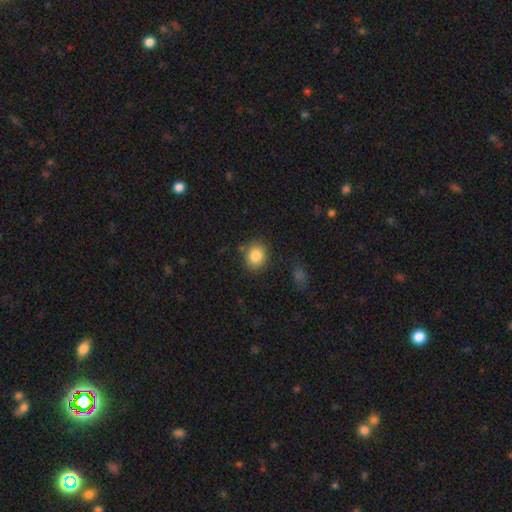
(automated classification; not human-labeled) smooth-or-featured: smooth: 85% | star or artifact: 9% | featured or disk: 6%
  how-rounded: round: 59% | in between: 40% | cigar-shaped: 1%
  merging: none: 82% | minor disturbance: 12% | major disturbance: 3% | merger: 3%